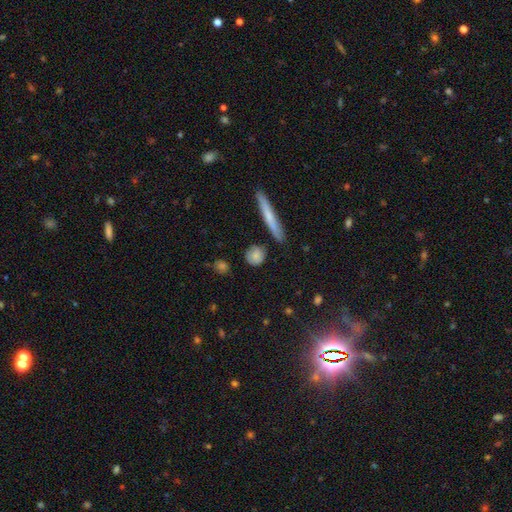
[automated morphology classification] Smooth or featured? smooth (76%)
How rounded? round (66%)
Merging? none (77%)